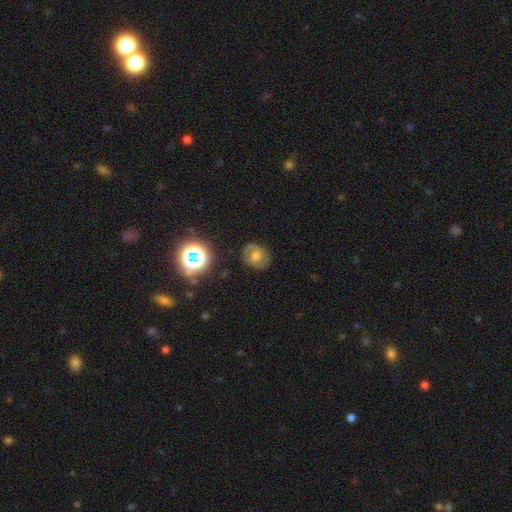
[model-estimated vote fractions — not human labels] Smooth or featured?
  - smooth: 43% *
  - featured or disk: 40%
  - star or artifact: 17%
Merging?
  - none: 77% *
  - minor disturbance: 16%
  - major disturbance: 6%
  - merger: 2%